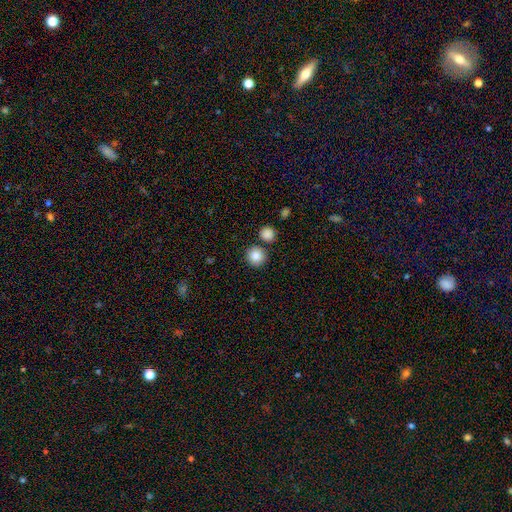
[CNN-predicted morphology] type=smooth (84%); roundness=round (93%); merging=none (83%).